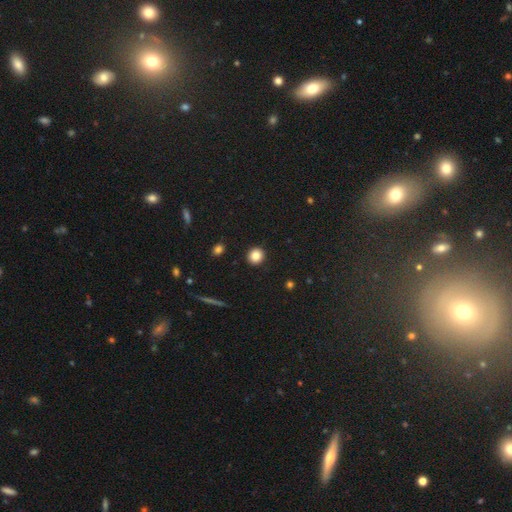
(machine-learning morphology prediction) Q: Smooth or featured?
A: smooth (85%); runner-up: star or artifact (10%)
Q: How rounded?
A: round (90%); runner-up: in between (9%)
Q: Merging?
A: none (92%); runner-up: minor disturbance (5%)